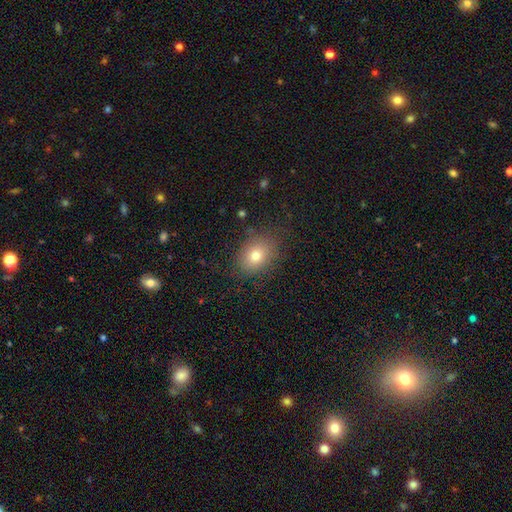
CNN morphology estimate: Overall: smooth (77%). How rounded: in between (66%; round 33%). Merging: none (82%).